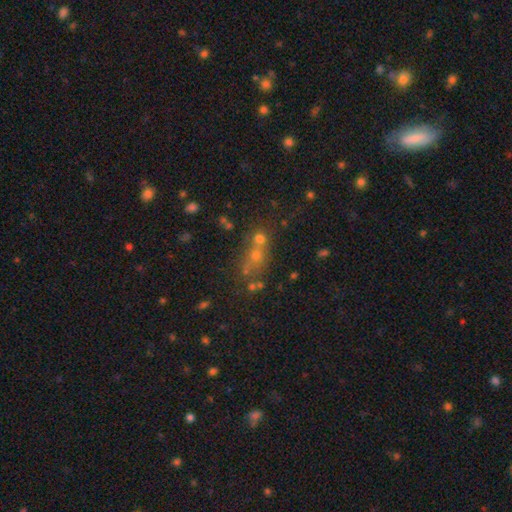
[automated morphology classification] Q: Smooth or featured?
A: smooth (51%); runner-up: star or artifact (29%)
Q: How rounded?
A: round (66%); runner-up: in between (30%)
Q: Merging?
A: merger (42%); tied with: none (42%)